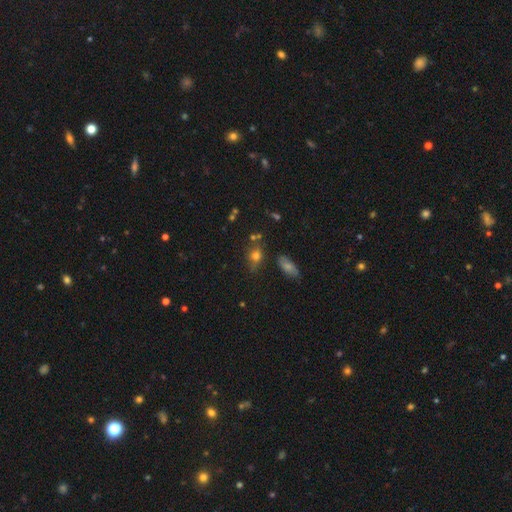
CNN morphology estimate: Smooth or featured? smooth (70%)
How rounded? round (55%)
Merging? none (61%)